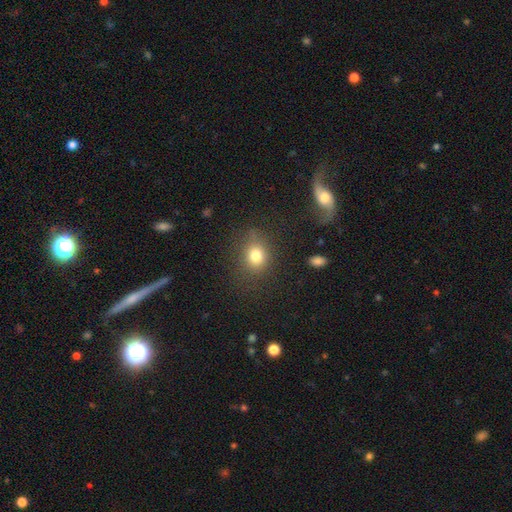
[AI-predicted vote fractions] This is likely a smooth galaxy (79%). How rounded: likely round (61%). Merging: likely none (77%).